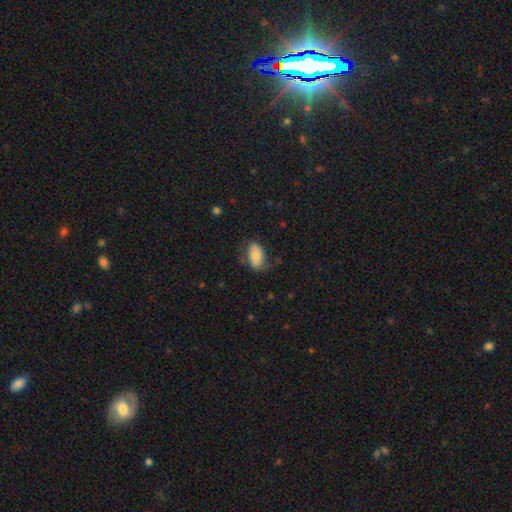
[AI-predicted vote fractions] Smooth or featured: smooth — 72% (featured or disk — 21%)
How rounded: in between — 92% (round — 6%)
Merging: none — 64% (minor disturbance — 25%)